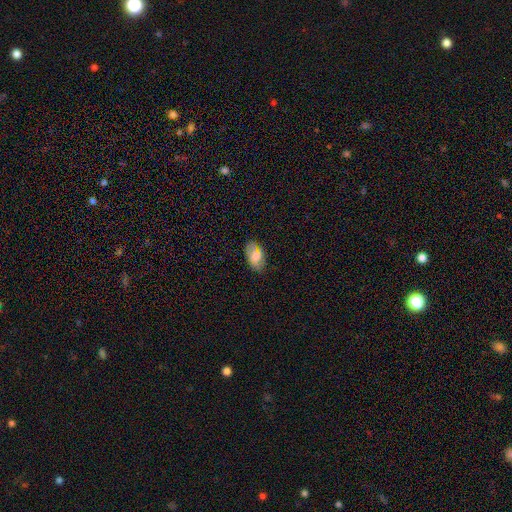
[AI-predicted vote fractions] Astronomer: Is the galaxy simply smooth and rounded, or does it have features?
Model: smooth — 66%.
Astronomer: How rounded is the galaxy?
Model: in between — 92%.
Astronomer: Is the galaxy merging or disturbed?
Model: none — 75%.